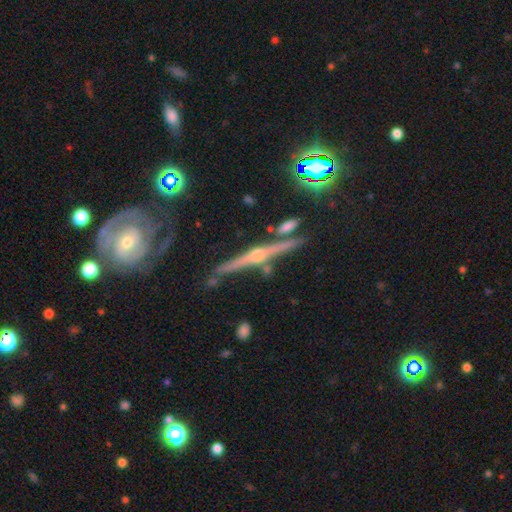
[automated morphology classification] smooth_or_featured: featured or disk (p=0.82) [alt: smooth p=0.09]
disk_edge_on: yes (p=0.97) [alt: no p=0.03]
edge_on_bulge: rounded (p=0.91) [alt: none p=0.05]
merging: none (p=0.79) [alt: minor disturbance p=0.11]